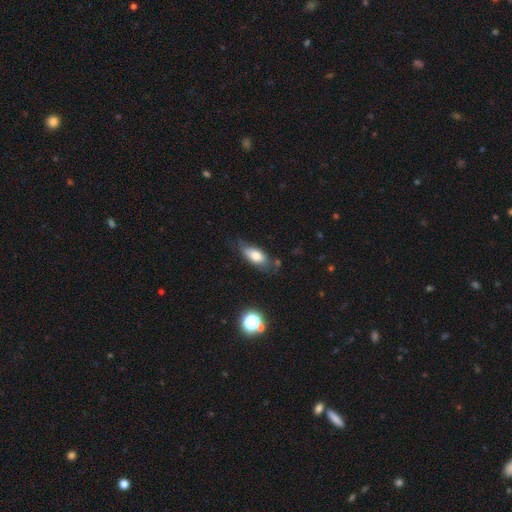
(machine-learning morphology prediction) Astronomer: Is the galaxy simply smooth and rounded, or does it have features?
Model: smooth — 72%.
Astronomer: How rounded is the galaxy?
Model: in between — 82%.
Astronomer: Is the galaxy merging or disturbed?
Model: none — 62%.